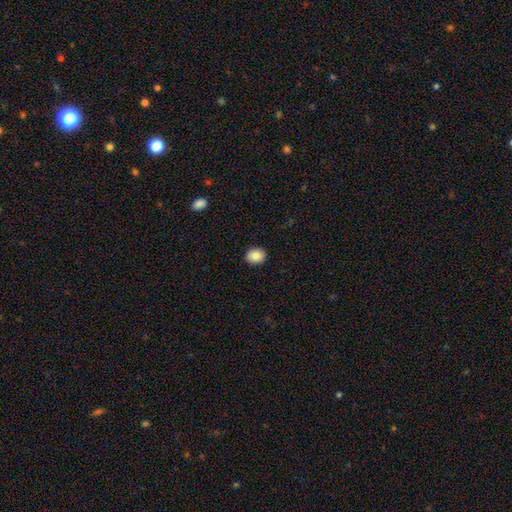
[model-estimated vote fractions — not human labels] smooth 83%, featured or disk 9%, star or artifact 8%. Down the decision tree: how rounded — round (61%); merging — none (91%).